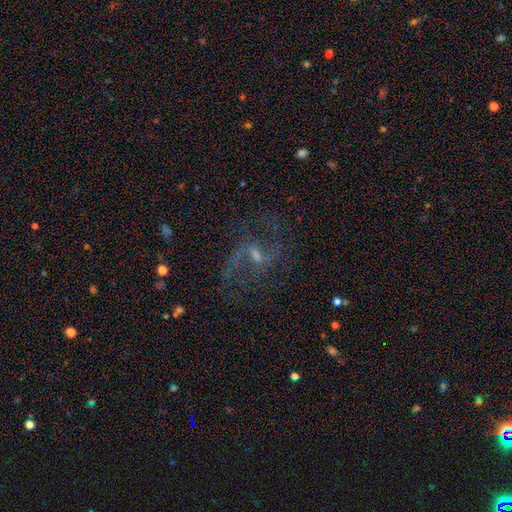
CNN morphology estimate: Smooth or featured? Predicted: featured or disk (p=0.81). Edge-on disk? Predicted: no (p=0.97). Bar? Predicted: weak (p=0.55). Spiral arms? Predicted: yes (p=0.94). Spiral winding? Predicted: loose (p=0.67). Spiral arm count? Predicted: 2 (p=0.85). Bulge size? Predicted: small (p=0.49). Merging? Predicted: none (p=0.70).